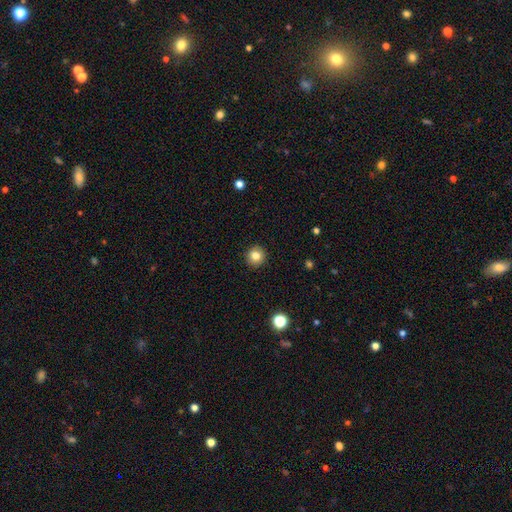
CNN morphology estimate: A smooth galaxy with no disk features (82%) that is round (93%). Merging: none (92%).